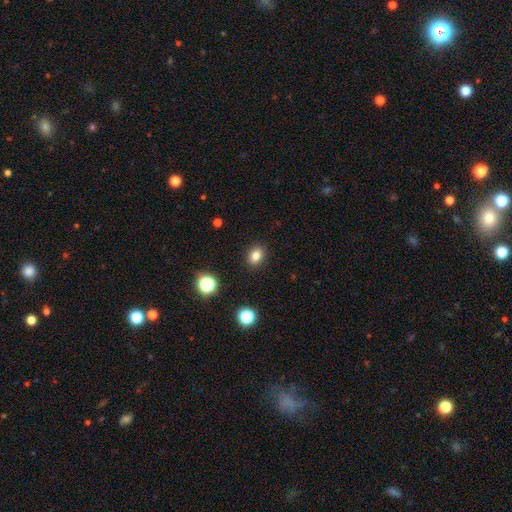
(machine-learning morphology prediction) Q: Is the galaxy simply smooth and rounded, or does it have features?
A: smooth — 81%.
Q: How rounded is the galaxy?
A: in between — 55%.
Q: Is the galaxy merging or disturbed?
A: none — 90%.